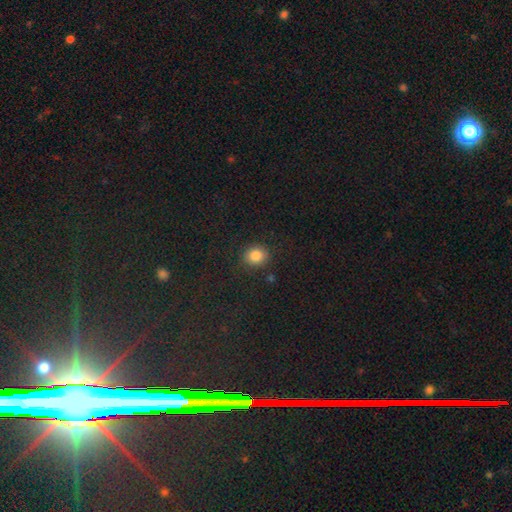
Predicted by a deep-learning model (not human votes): The model was most divided on "how rounded": round: 77%, in between: 22%, cigar-shaped: 1%. More confident: merging — none (86%); smooth or featured — smooth (84%).